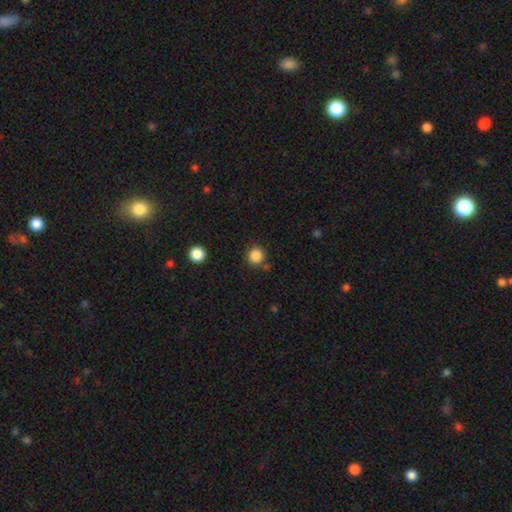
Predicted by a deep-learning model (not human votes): Smooth or featured?
  - smooth: 85% *
  - star or artifact: 11%
  - featured or disk: 3%
How rounded?
  - round: 93% *
  - in between: 6%
  - cigar-shaped: 1%
Merging?
  - none: 83% *
  - minor disturbance: 9%
  - merger: 5%
  - major disturbance: 3%